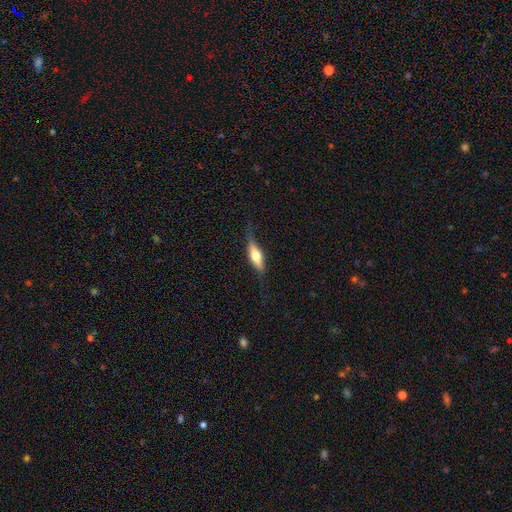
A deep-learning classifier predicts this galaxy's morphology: Q: Smooth or featured?
A: featured or disk (48%); runner-up: smooth (46%)
Q: Merging?
A: none (72%); runner-up: minor disturbance (20%)